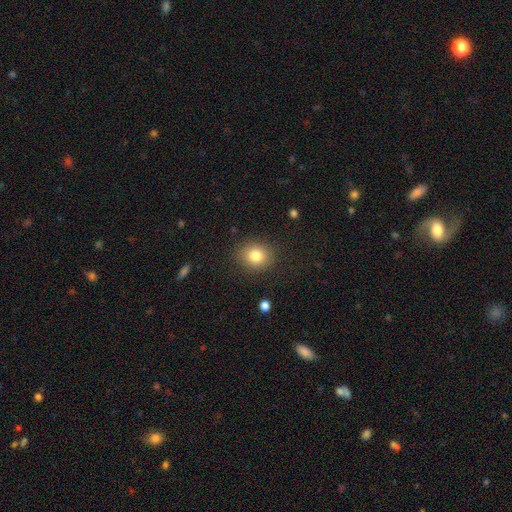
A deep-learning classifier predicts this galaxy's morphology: smooth_or_featured: smooth (p=0.81) [alt: star or artifact p=0.11]
how_rounded: round (p=0.71) [alt: in between p=0.28]
merging: none (p=0.87) [alt: minor disturbance p=0.09]